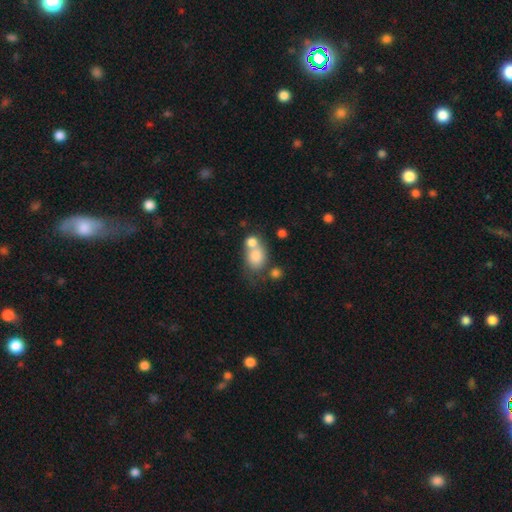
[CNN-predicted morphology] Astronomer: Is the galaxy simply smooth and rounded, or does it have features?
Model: smooth — 77%.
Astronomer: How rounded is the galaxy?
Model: round — 51% (runner-up: in between, 48%).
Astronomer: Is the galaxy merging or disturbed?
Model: merger — 49% (runner-up: none, 34%).